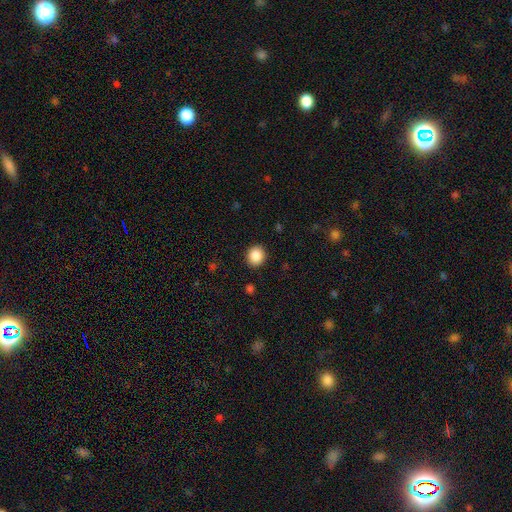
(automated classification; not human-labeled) Smooth or featured? Predicted: smooth (p=0.88). How rounded? Predicted: round (p=0.82). Merging? Predicted: none (p=0.90).